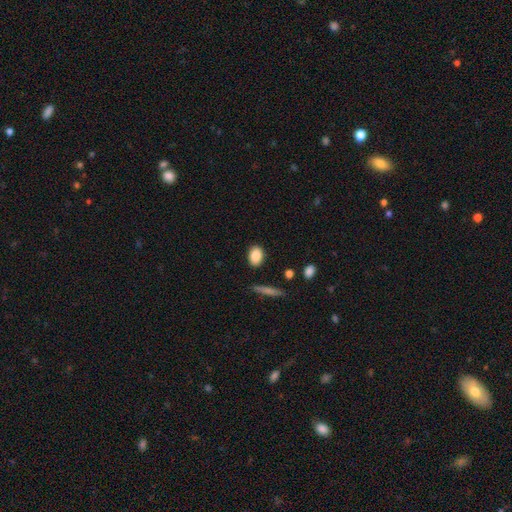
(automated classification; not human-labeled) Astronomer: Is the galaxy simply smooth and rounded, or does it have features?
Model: smooth — 86%.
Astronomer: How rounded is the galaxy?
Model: in between — 78%.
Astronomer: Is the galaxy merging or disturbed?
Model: none — 86%.